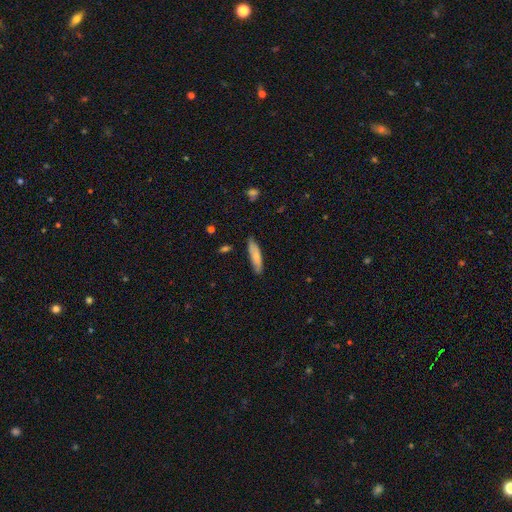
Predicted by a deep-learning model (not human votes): Smooth or featured? Predicted: smooth (p=0.74). How rounded? Predicted: cigar-shaped (p=0.72). Merging? Predicted: none (p=0.81).